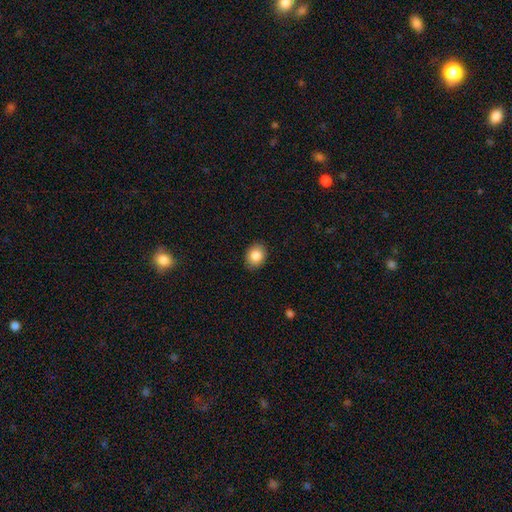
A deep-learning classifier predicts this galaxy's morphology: Smooth or featured: smooth — 85% (star or artifact — 8%)
How rounded: in between — 52% (round — 47%)
Merging: none — 90% (minor disturbance — 7%)